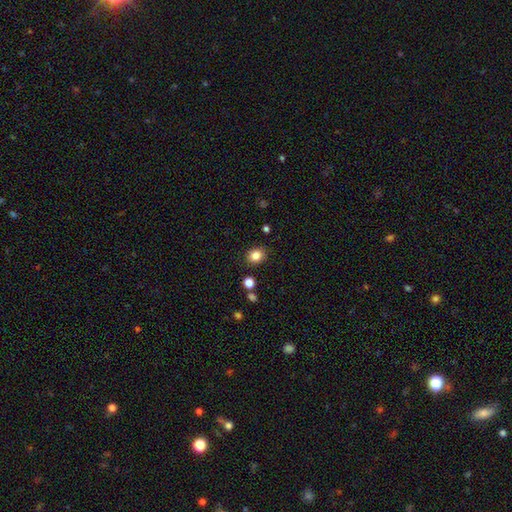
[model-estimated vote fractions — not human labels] Morphology: type=smooth (84%); roundness=round (58%); merging=none (87%).